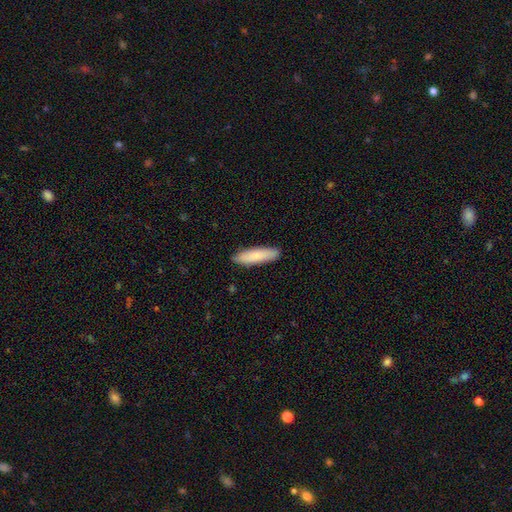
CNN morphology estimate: smooth 82%, featured or disk 12%, star or artifact 6%. Down the decision tree: how rounded — cigar-shaped (72%); merging — none (89%).